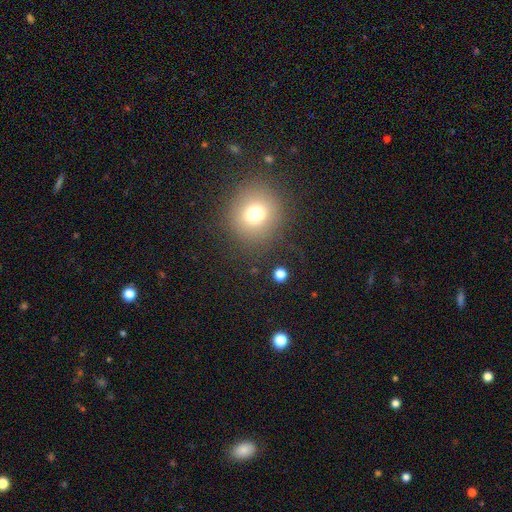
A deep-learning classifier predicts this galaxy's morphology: Overall: smooth (64%; star or artifact 27%). How rounded: round (91%). Merging: none (90%).